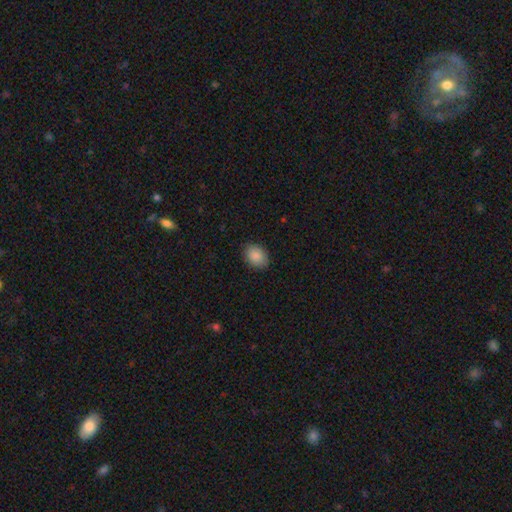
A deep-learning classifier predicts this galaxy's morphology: smooth-or-featured: smooth: 88% | star or artifact: 7% | featured or disk: 5%
  how-rounded: in between: 69% | round: 30% | cigar-shaped: 1%
  merging: none: 87% | minor disturbance: 10% | major disturbance: 2% | merger: 1%